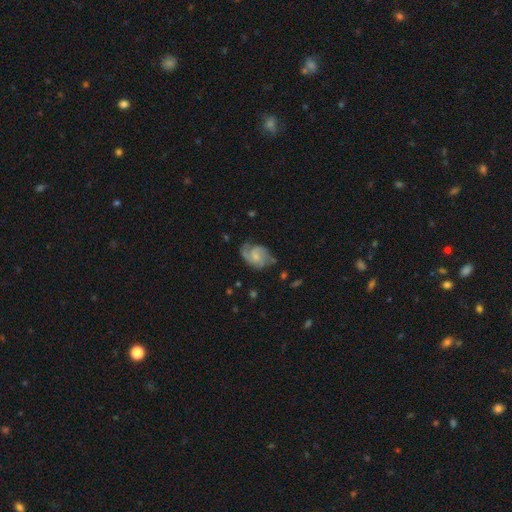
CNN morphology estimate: Q: Smooth or featured?
A: featured or disk (76%); runner-up: smooth (18%)
Q: Edge-on disk?
A: no (98%); runner-up: yes (2%)
Q: Bar?
A: no (56%); runner-up: weak (38%)
Q: Spiral arms?
A: yes (94%); runner-up: no (6%)
Q: Spiral winding?
A: medium (48%); runner-up: tight (30%)
Q: Spiral arm count?
A: 2 (64%); runner-up: 3 (14%)
Q: Bulge size?
A: small (51%); runner-up: moderate (33%)
Q: Merging?
A: none (61%); runner-up: minor disturbance (24%)